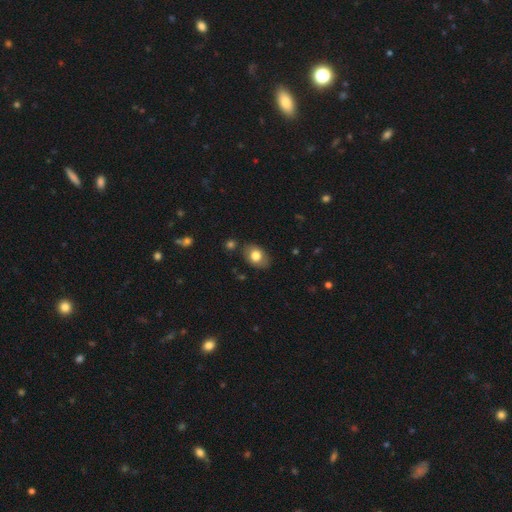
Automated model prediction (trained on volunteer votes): smooth-or-featured: smooth: 77% | featured or disk: 15% | star or artifact: 8%
  how-rounded: in between: 77% | round: 22% | cigar-shaped: 1%
  merging: none: 80% | minor disturbance: 14% | major disturbance: 3% | merger: 3%